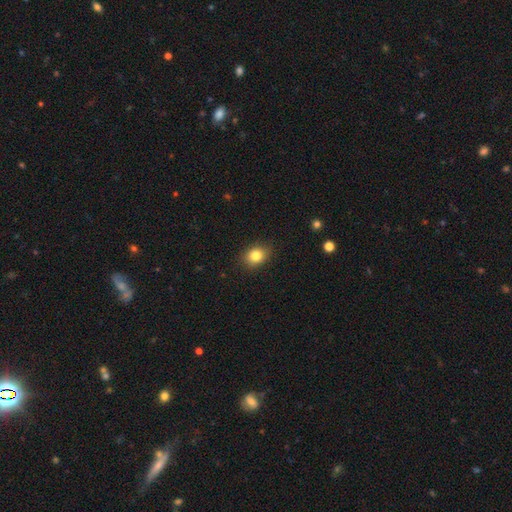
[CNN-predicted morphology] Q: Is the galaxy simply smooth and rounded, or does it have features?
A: smooth — 83%.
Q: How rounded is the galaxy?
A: in between — 50%.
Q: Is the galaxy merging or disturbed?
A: none — 87%.